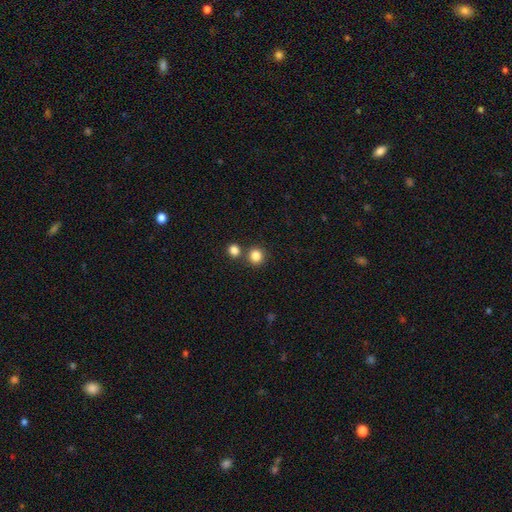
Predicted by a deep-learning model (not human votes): The model was most divided on "merging": none: 75%, merger: 16%, minor disturbance: 7%, major disturbance: 2%. More confident: how rounded — round (90%); smooth or featured — smooth (84%).